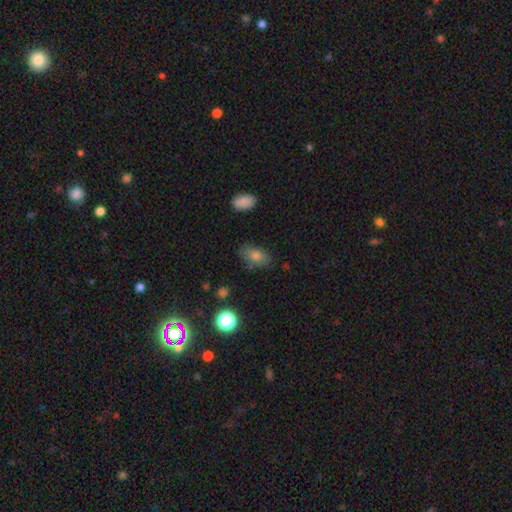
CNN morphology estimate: smooth_or_featured: smooth (p=0.77) [alt: star or artifact p=0.12]
how_rounded: in between (p=0.88) [alt: round p=0.10]
merging: none (p=0.81) [alt: minor disturbance p=0.14]